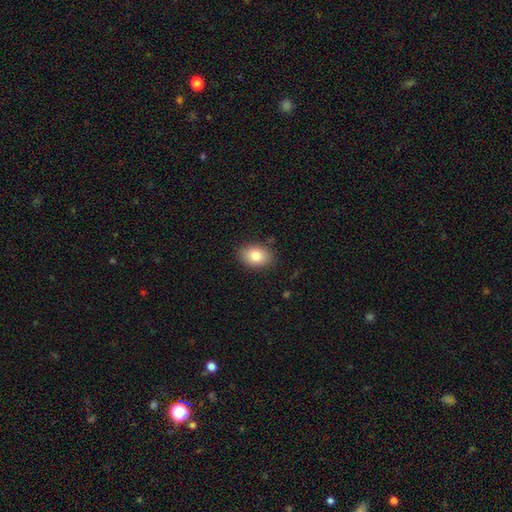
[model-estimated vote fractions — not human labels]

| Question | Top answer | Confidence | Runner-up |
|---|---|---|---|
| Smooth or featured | smooth | 83% | featured or disk (9%) |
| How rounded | in between | 79% | round (20%) |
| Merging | none | 86% | minor disturbance (11%) |